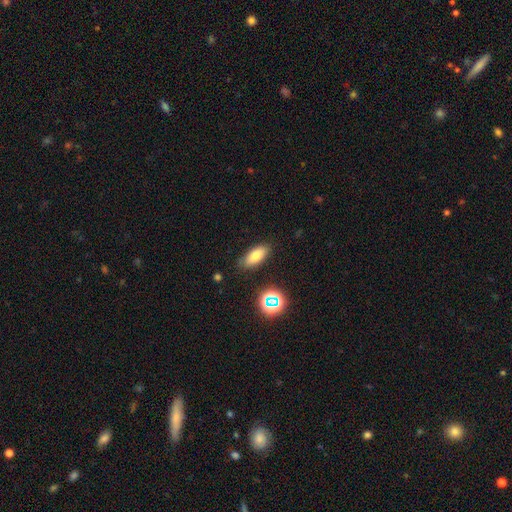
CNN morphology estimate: Smooth or featured: smooth — 74% (featured or disk — 14%)
How rounded: in between — 77% (cigar-shaped — 18%)
Merging: none — 83% (minor disturbance — 12%)